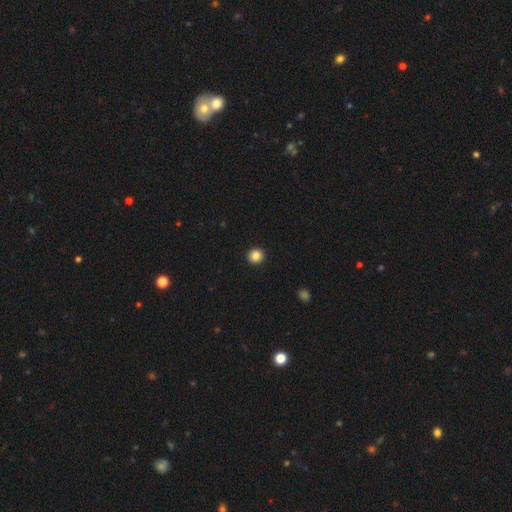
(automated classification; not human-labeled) This appears to be a smooth galaxy with no disk features (86%) that is round (93%). Merging: none (94%).